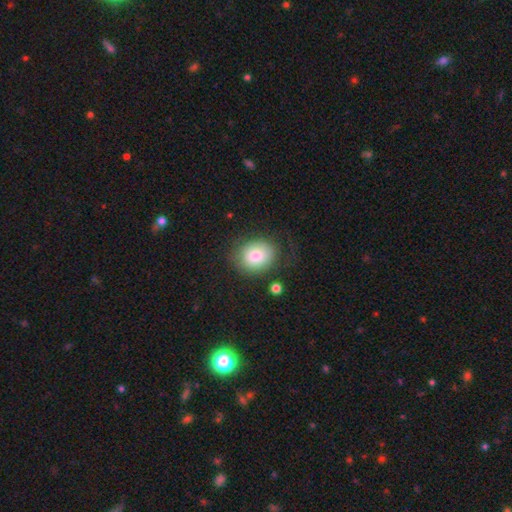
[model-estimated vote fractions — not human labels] Smooth or featured? smooth (81%)
How rounded? round (61%)
Merging? none (71%)